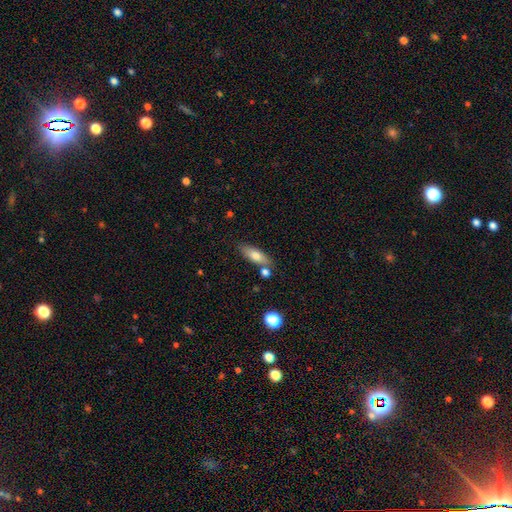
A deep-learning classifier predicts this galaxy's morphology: The model was most divided on "how rounded": in between: 62%, cigar-shaped: 34%, round: 3%. More confident: smooth or featured — smooth (73%); merging — none (71%).